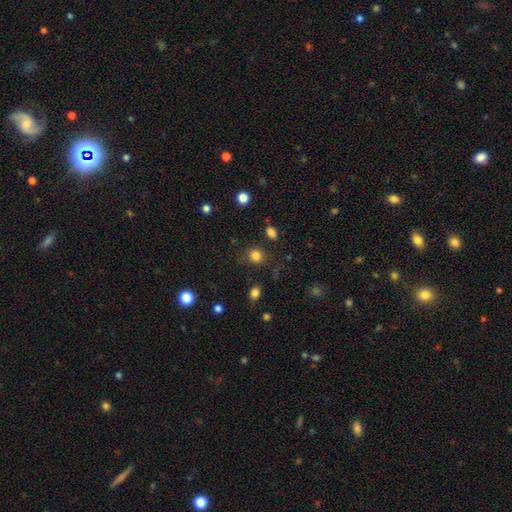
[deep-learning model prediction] Q: Smooth or featured?
A: smooth (82%); runner-up: star or artifact (13%)
Q: How rounded?
A: round (74%); runner-up: in between (25%)
Q: Merging?
A: none (80%); runner-up: minor disturbance (12%)